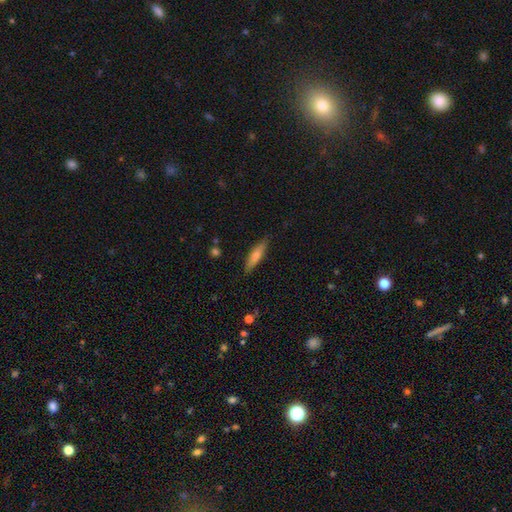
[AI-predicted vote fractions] This is likely a smooth galaxy (65%). How rounded: likely cigar-shaped (74%). Merging: clearly none (85%).